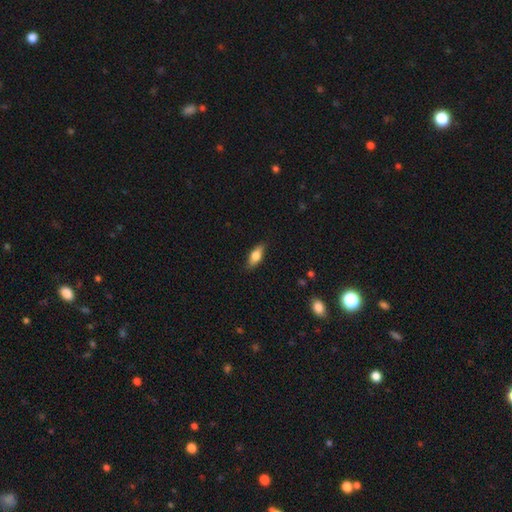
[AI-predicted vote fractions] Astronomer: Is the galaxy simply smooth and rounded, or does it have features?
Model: smooth — 71%.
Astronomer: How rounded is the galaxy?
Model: in between — 74%.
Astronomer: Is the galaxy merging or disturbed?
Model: none — 85%.